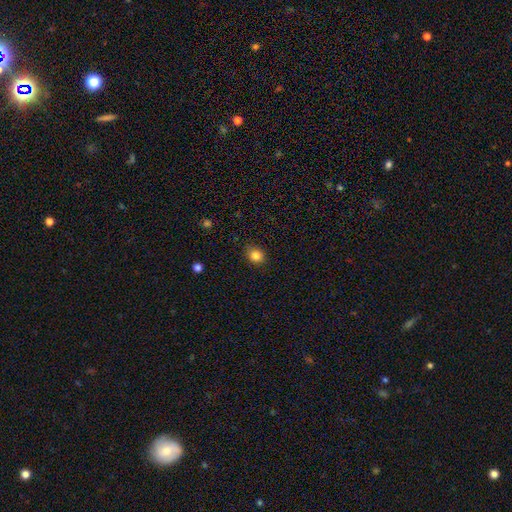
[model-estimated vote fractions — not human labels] A smooth galaxy with no disk features (85%) that is round (63%). Merging: none (82%).